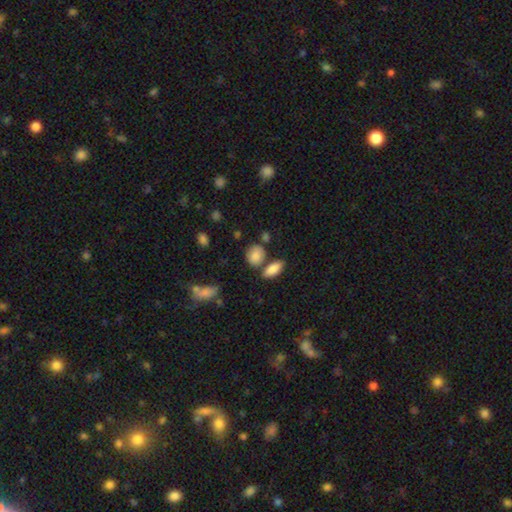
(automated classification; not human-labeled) smooth_or_featured: smooth (p=0.83) [alt: star or artifact p=0.09]
how_rounded: round (p=0.51) [alt: in between p=0.47]
merging: none (p=0.63) [alt: minor disturbance p=0.17]